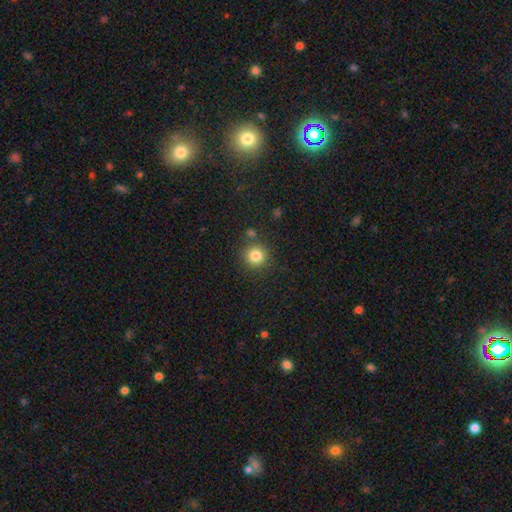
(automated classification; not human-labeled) The model was most divided on "smooth or featured": smooth: 83%, star or artifact: 11%, featured or disk: 5%. More confident: how rounded — round (93%); merging — none (83%).